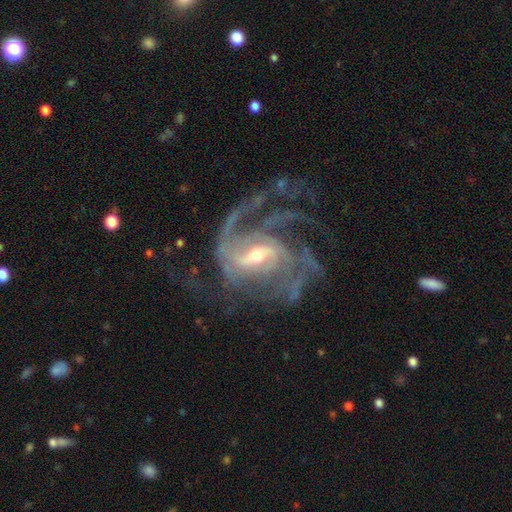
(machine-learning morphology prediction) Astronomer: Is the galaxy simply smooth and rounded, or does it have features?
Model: featured or disk — 91%.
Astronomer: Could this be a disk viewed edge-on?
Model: no — 98%.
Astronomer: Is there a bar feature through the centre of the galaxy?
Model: weak — 49% (runner-up: strong, 32%).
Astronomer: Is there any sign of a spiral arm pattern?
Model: yes — 97%.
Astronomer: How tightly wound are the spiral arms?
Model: medium — 49% (runner-up: tight, 30%).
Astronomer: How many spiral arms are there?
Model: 2 — 28% (runner-up: 3, 25%).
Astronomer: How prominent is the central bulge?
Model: small — 49% (runner-up: moderate, 45%).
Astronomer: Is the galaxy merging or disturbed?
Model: none — 51% (runner-up: major disturbance, 30%).